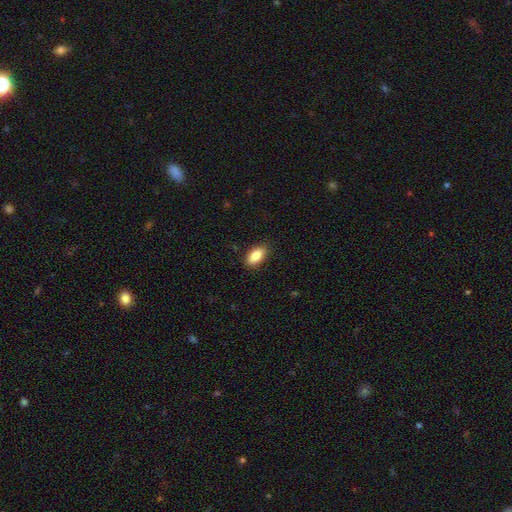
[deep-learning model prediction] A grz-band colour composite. It shows a smooth galaxy with no disk features (84%) that is in between round and cigar-shaped (91%). Merging: none (87%).